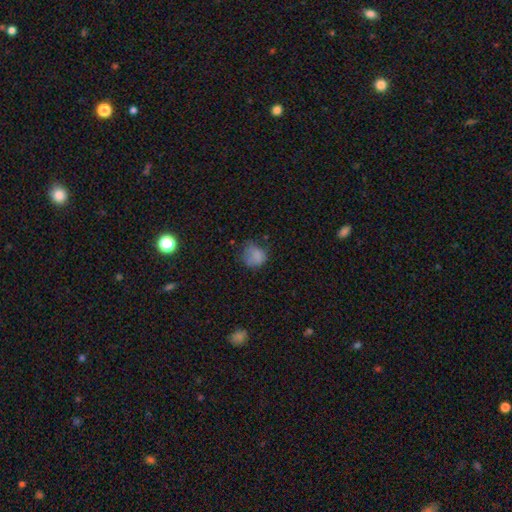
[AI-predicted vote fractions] Morphology: type=smooth (76%); roundness=round (63%); merging=none (42%).